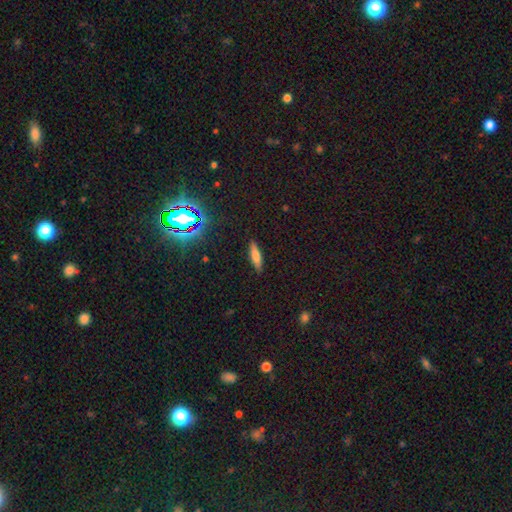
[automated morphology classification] Smooth or featured? Predicted: smooth (p=0.67). How rounded? Predicted: cigar-shaped (p=0.71). Merging? Predicted: none (p=0.88).